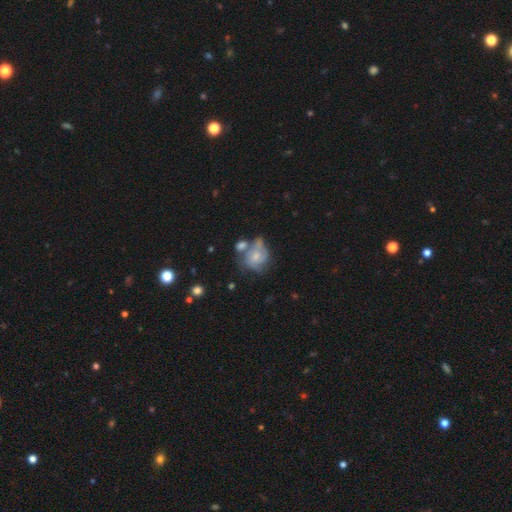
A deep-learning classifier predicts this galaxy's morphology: The model was most divided on "merging": none: 31%, merger: 29%, minor disturbance: 23%, major disturbance: 17%. More confident: edge-on disk — no (97%); bar — no (75%); spiral arms — yes (68%); bulge size — small (55%); smooth or featured — featured or disk (52%).